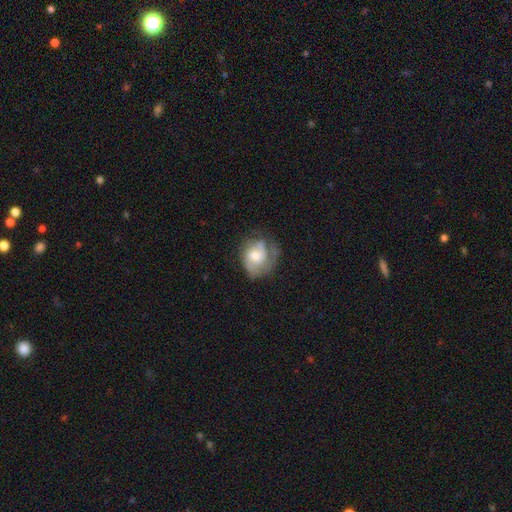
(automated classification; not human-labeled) A featured or disk galaxy (51%). Merging: none (46%).